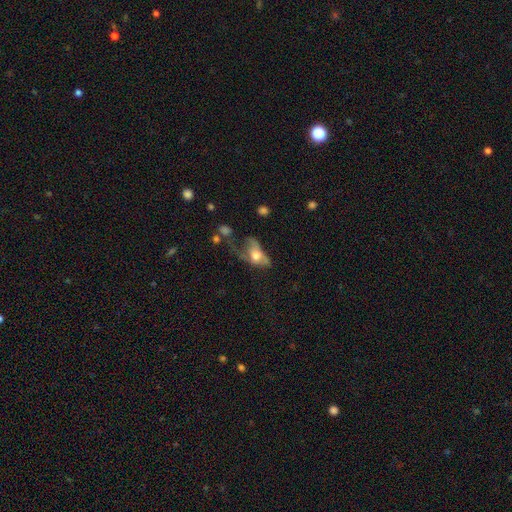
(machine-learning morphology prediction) type=smooth (53%); roundness=in between (82%); merging=major disturbance (55%).